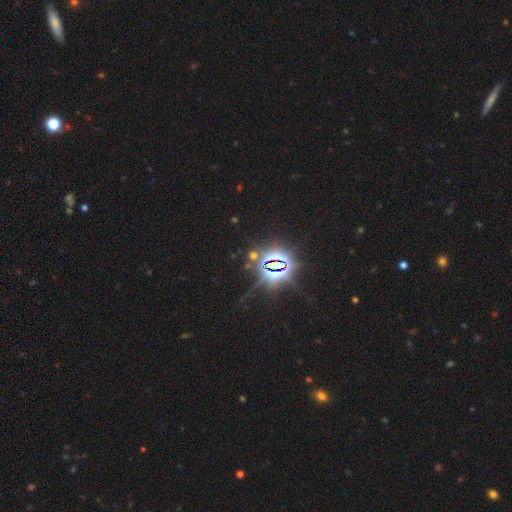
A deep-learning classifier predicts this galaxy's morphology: Smooth or featured? Predicted: star or artifact (p=0.85).